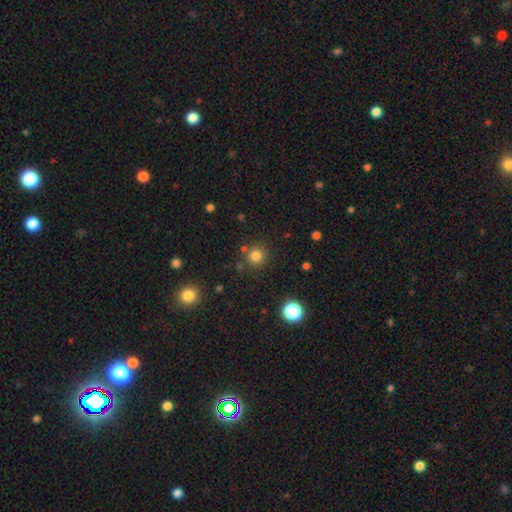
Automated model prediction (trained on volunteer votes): Morphology: type=smooth (79%); roundness=round (93%); merging=none (83%).